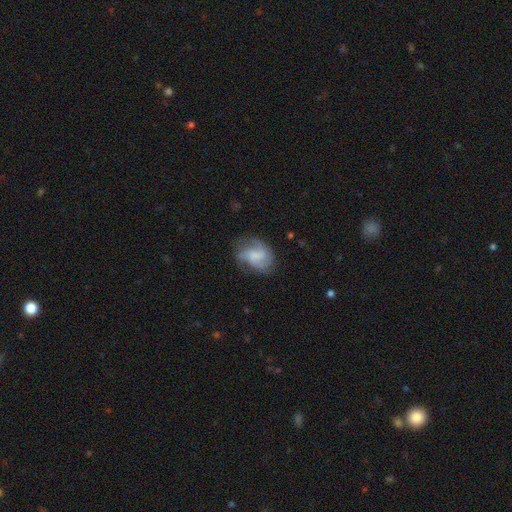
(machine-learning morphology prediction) Overall: featured or disk (65%; smooth 27%). Edge-on disk: no (98%). Bar: weak (45%; no 44%). Spiral arms: yes (90%). Spiral arm count: 3 (35%; 2 30%). Spiral winding: medium (48%; loose 26%). Bulge size: none (37%; small 29%). Merging: none (61%; minor disturbance 23%).